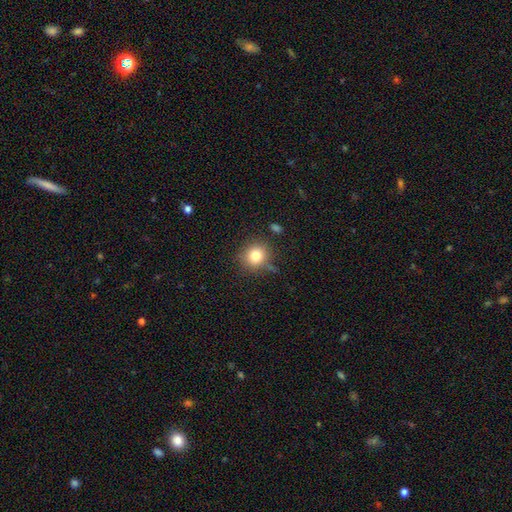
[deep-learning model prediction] smooth-or-featured: smooth: 80% | star or artifact: 12% | featured or disk: 8%
  how-rounded: round: 87% | in between: 12% | cigar-shaped: 1%
  merging: none: 77% | minor disturbance: 14% | major disturbance: 4% | merger: 4%